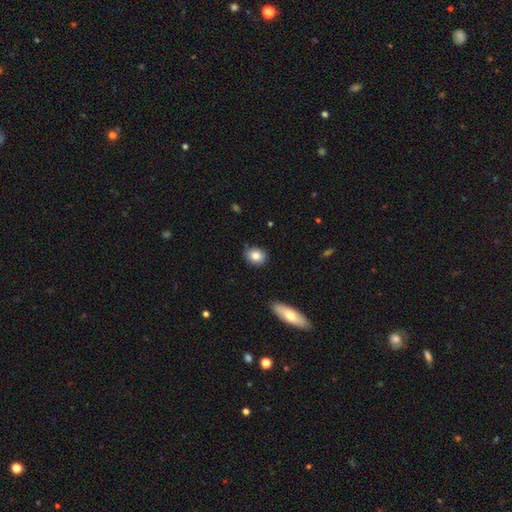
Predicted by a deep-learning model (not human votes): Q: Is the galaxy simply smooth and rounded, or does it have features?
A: smooth — 83%.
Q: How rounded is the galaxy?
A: round — 50%.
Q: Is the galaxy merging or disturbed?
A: none — 86%.